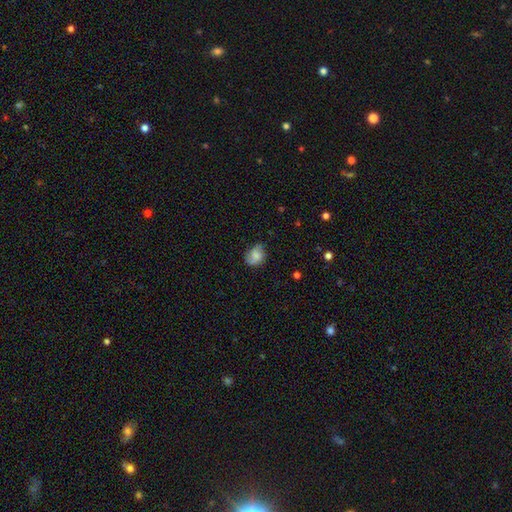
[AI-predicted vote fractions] Smooth or featured?
  - smooth: 62% *
  - featured or disk: 29%
  - star or artifact: 9%
How rounded?
  - in between: 61% *
  - round: 38%
  - cigar-shaped: 1%
Merging?
  - none: 56% *
  - minor disturbance: 32%
  - major disturbance: 10%
  - merger: 2%